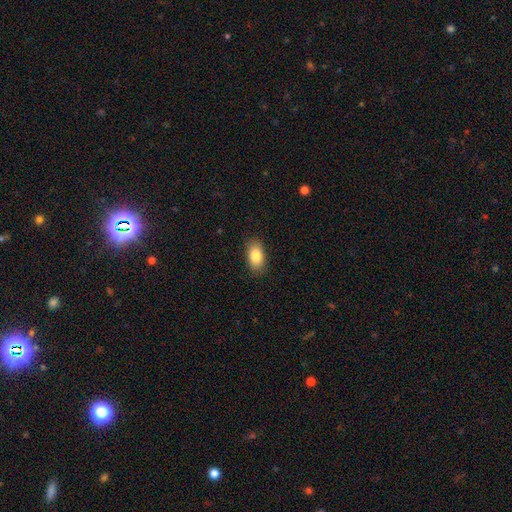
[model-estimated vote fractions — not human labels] A smooth galaxy with no disk features (83%) that is in between round and cigar-shaped (91%). Merging: none (88%).